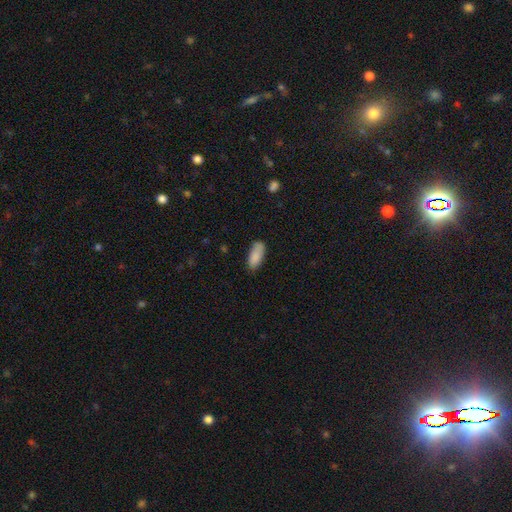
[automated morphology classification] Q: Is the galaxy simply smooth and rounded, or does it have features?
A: smooth — 87%.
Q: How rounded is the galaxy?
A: in between — 82%.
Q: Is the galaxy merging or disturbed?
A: none — 74%.